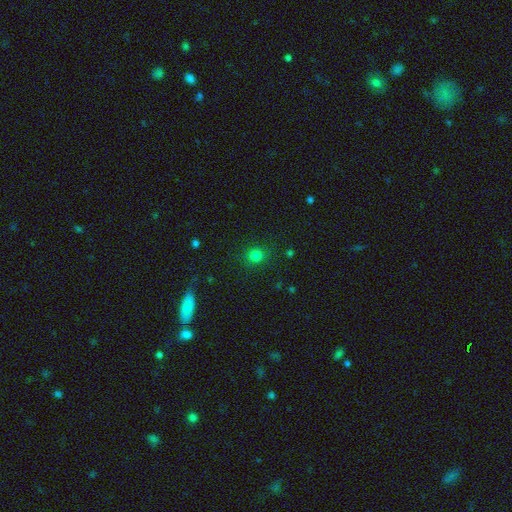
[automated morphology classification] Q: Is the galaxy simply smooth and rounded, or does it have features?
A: smooth — 80%.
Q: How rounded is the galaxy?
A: round — 86%.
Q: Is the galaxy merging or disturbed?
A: none — 88%.